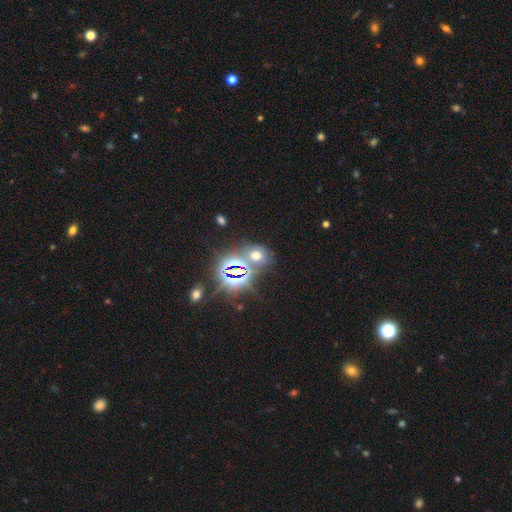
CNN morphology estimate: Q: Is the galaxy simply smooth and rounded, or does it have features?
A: star or artifact — 48%.